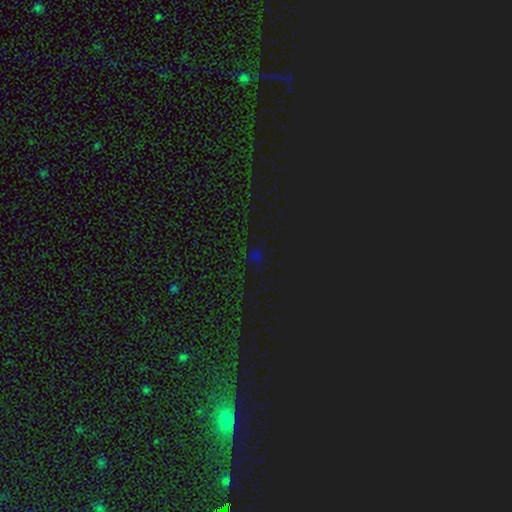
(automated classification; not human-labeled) This is likely a star or artifact rather than a galaxy (75%).